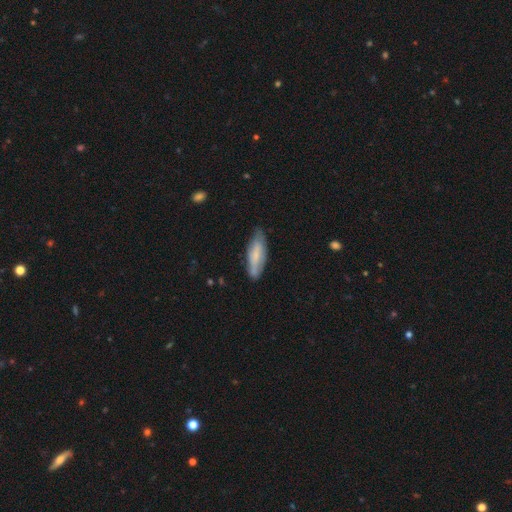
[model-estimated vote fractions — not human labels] Overall: smooth (60%; featured or disk 34%). How rounded: in between (53%; cigar-shaped 45%). Merging: none (69%).